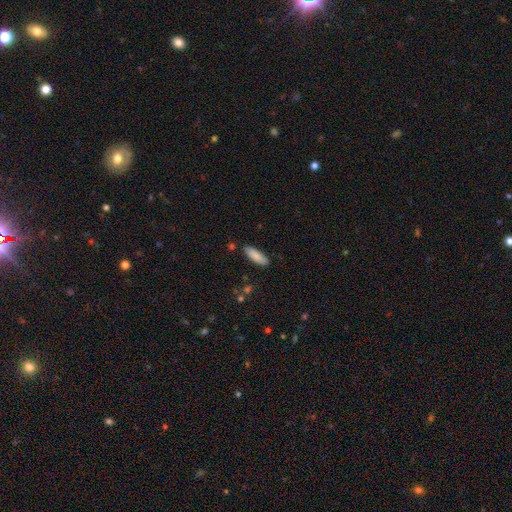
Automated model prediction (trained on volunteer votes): A smooth galaxy with no disk features (87%) that is in between round and cigar-shaped (60%).

Vote fractions:
- Smooth or featured? smooth: 87% / featured or disk: 7% / star or artifact: 6%
- How rounded? in between: 60% / cigar-shaped: 39% / round: 1%
- Merging? none: 84% / minor disturbance: 11% / merger: 2% / major disturbance: 2%